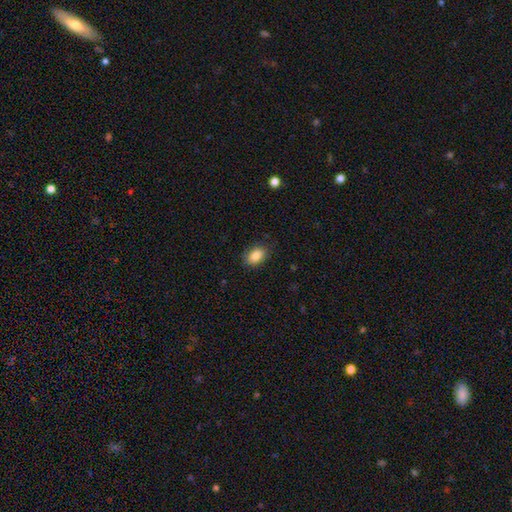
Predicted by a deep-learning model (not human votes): Smooth or featured: smooth — 85% (star or artifact — 8%)
How rounded: in between — 85% (round — 14%)
Merging: none — 85% (minor disturbance — 12%)